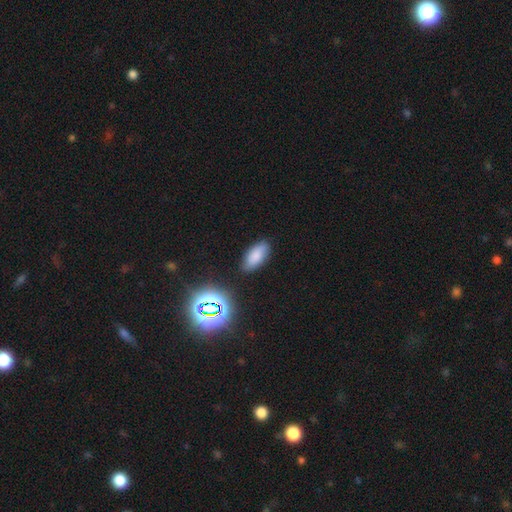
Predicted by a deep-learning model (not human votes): Q: Smooth or featured?
A: smooth (78%); runner-up: star or artifact (12%)
Q: How rounded?
A: in between (88%); runner-up: cigar-shaped (9%)
Q: Merging?
A: none (83%); runner-up: minor disturbance (12%)